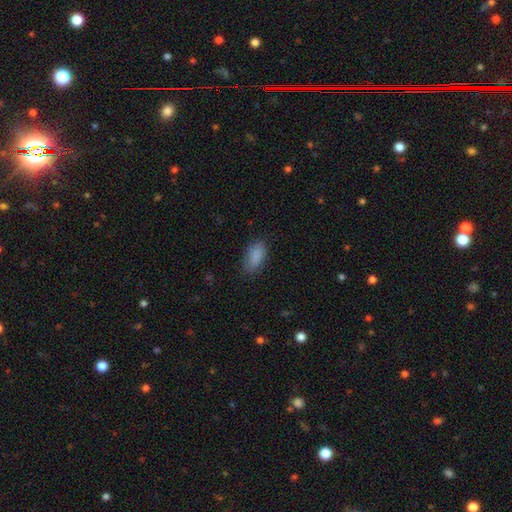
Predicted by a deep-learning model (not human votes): smooth 88%, star or artifact 8%, featured or disk 4%. Down the decision tree: how rounded — in between (91%); merging — none (80%).